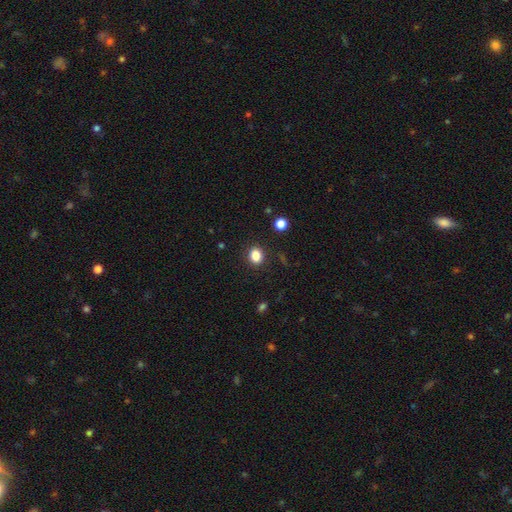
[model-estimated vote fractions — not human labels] Q: Smooth or featured?
A: smooth (84%); runner-up: star or artifact (11%)
Q: How rounded?
A: round (56%); runner-up: in between (43%)
Q: Merging?
A: none (89%); runner-up: minor disturbance (7%)